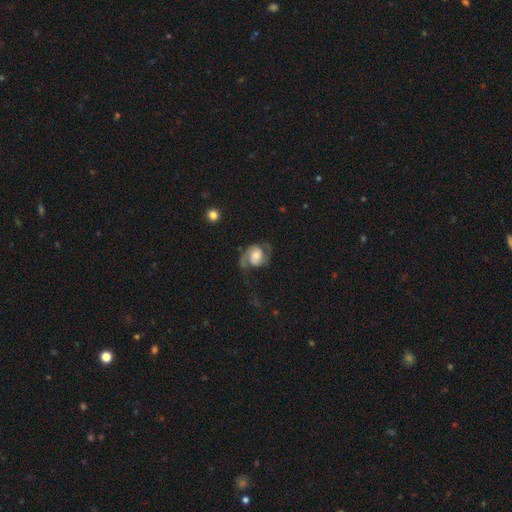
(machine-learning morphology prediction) Smooth or featured? Predicted: featured or disk (p=0.74). Edge-on disk? Predicted: no (p=0.97). Bar? Predicted: no (p=0.57). Spiral arms? Predicted: yes (p=0.92). Spiral winding? Predicted: medium (p=0.47). Spiral arm count? Predicted: 2 (p=0.86). Bulge size? Predicted: moderate (p=0.53). Merging? Predicted: none (p=0.57).